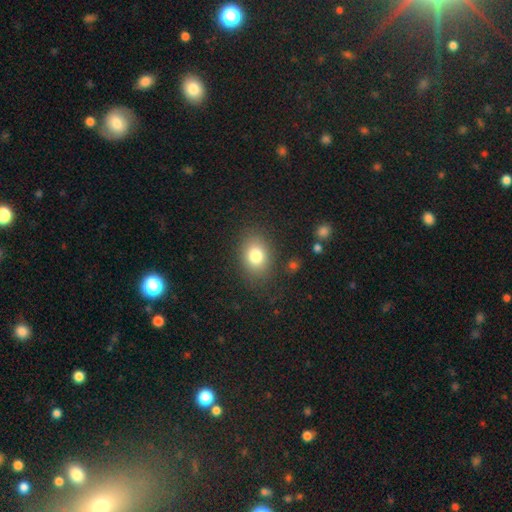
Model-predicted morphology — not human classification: This is likely a smooth galaxy (79%). How rounded: likely in between (66%). Merging: clearly none (81%).